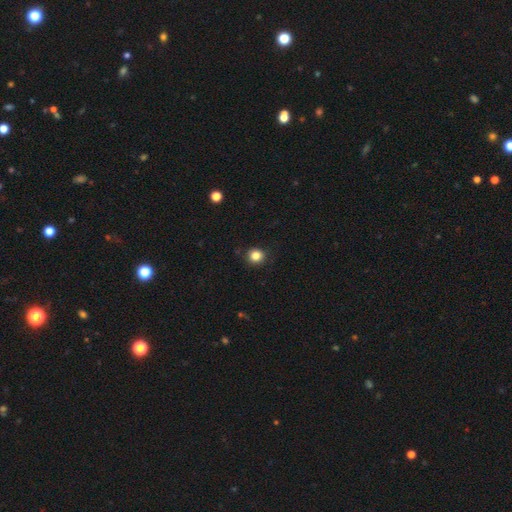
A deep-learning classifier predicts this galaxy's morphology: smooth_or_featured: smooth (p=0.84) [alt: star or artifact p=0.12]
how_rounded: round (p=0.88) [alt: in between p=0.11]
merging: none (p=0.88) [alt: minor disturbance p=0.09]